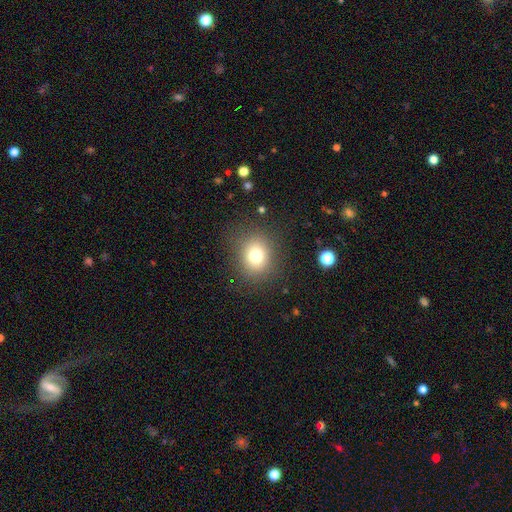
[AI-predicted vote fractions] Smooth or featured? Predicted: smooth (p=0.76). How rounded? Predicted: round (p=0.74). Merging? Predicted: none (p=0.85).